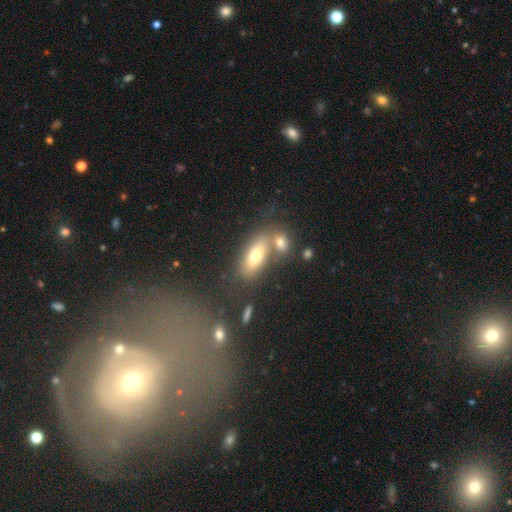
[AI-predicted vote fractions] smooth 66%, featured or disk 25%, star or artifact 9%. Down the decision tree: how rounded — in between (75%); merging — none (53%).